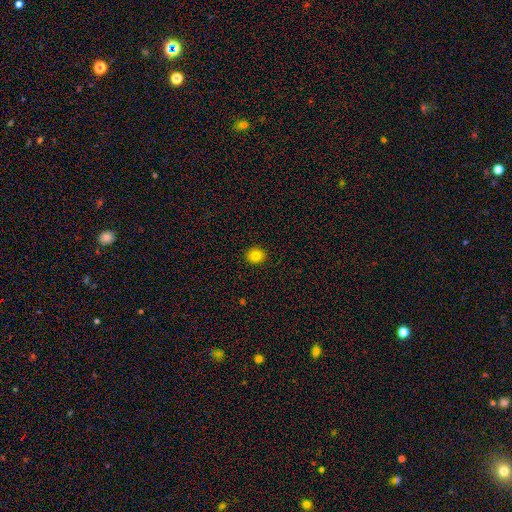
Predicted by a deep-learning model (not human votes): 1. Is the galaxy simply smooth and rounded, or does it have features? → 82% smooth, 12% star or artifact, 6% featured or disk.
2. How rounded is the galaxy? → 75% round, 24% in between, 1% cigar-shaped.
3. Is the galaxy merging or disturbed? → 92% none, 5% minor disturbance, 2% major disturbance, 1% merger.